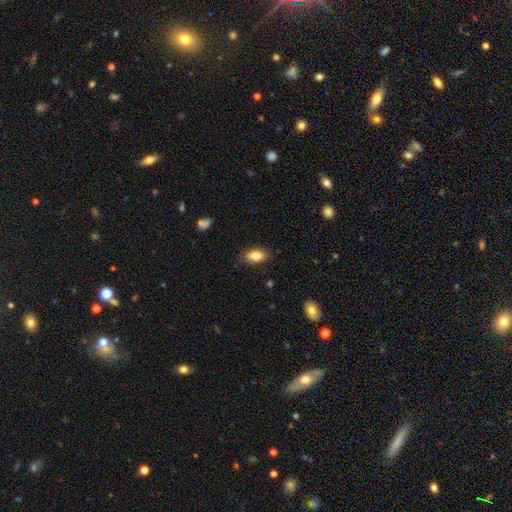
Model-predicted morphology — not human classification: Overall: smooth (83%). How rounded: in between (91%). Merging: none (83%).